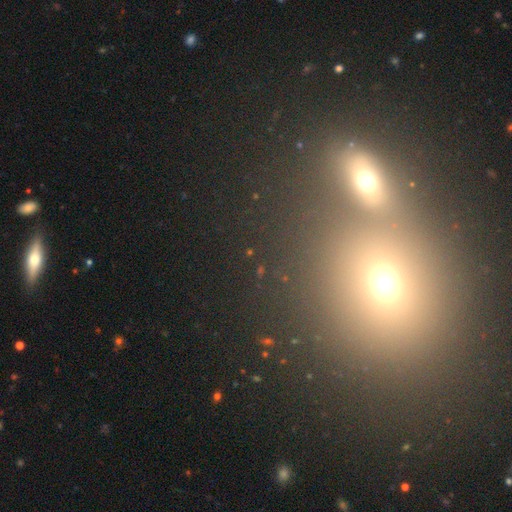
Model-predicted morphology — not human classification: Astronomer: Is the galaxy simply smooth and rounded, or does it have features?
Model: smooth — 49% (runner-up: star or artifact, 35%).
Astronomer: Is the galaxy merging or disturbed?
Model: none — 54% (runner-up: merger, 34%).